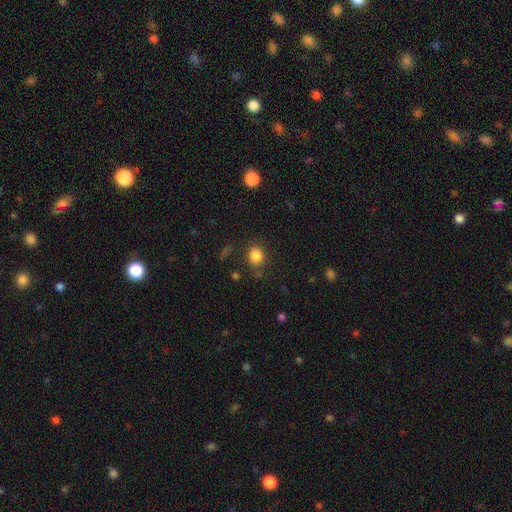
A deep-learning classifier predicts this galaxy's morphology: This is clearly a smooth galaxy (85%). How rounded: likely round (72%). Merging: clearly none (81%).